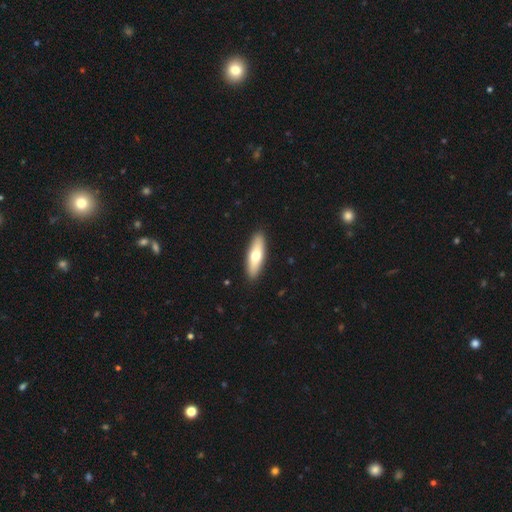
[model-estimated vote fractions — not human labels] Morphology: type=smooth (63%); roundness=cigar-shaped (52%); merging=none (91%).